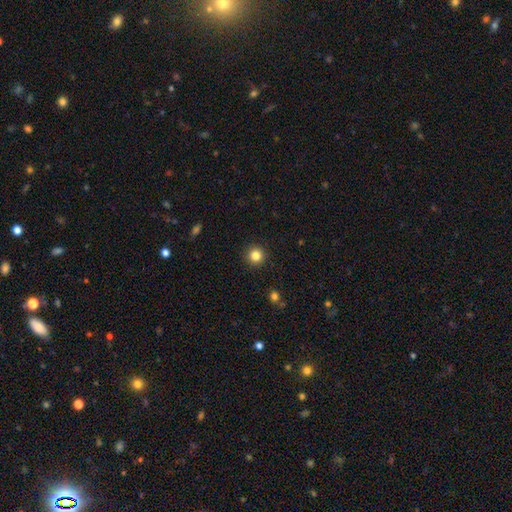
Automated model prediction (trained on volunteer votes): smooth_or_featured: smooth (p=0.84) [alt: star or artifact p=0.12]
how_rounded: round (p=0.95) [alt: in between p=0.04]
merging: none (p=0.93) [alt: minor disturbance p=0.05]